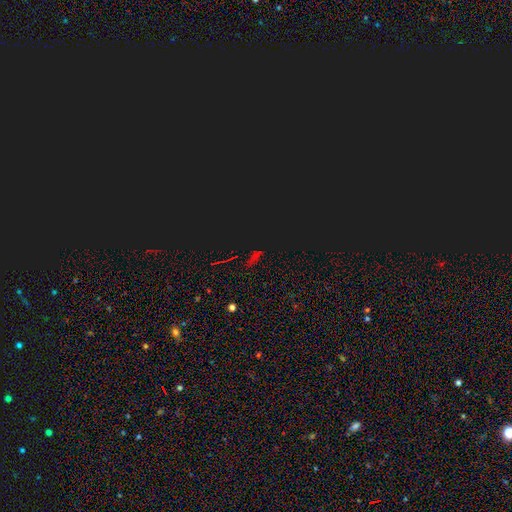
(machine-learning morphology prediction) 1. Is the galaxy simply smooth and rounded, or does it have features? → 74% star or artifact, 18% smooth, 8% featured or disk.